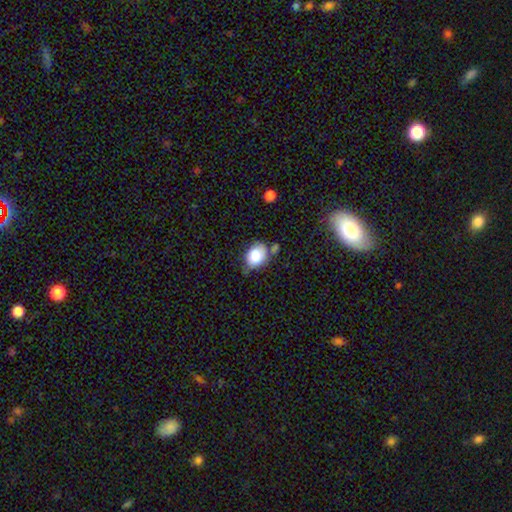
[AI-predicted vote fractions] Smooth or featured? Predicted: smooth (p=0.81). How rounded? Predicted: in between (p=0.68). Merging? Predicted: none (p=0.45).